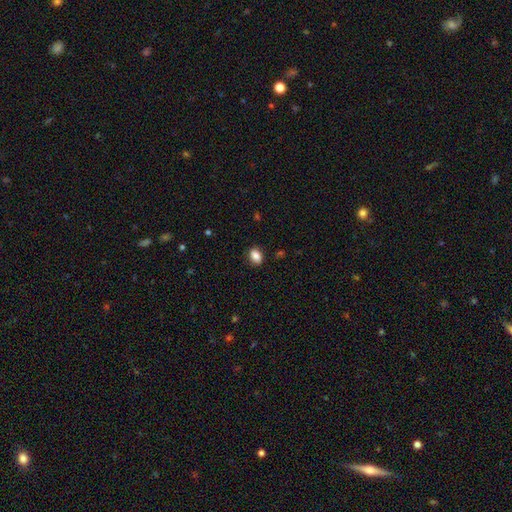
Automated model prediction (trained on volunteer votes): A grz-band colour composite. It shows a smooth galaxy with no disk features (87%) that is in between round and cigar-shaped (81%). Merging: none (87%).